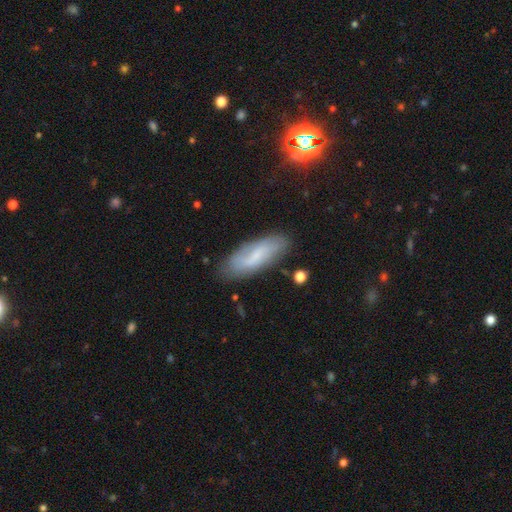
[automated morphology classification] Smooth or featured: smooth — 53% (featured or disk — 38%)
How rounded: in between — 66% (cigar-shaped — 32%)
Merging: none — 76% (minor disturbance — 17%)